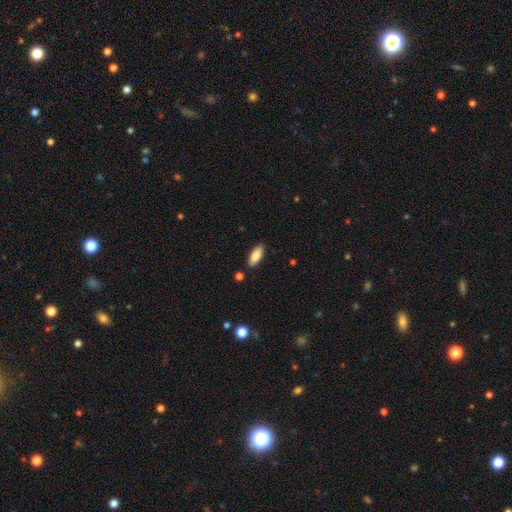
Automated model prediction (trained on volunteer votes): smooth_or_featured: smooth (p=0.82) [alt: featured or disk p=0.12]
how_rounded: in between (p=0.79) [alt: cigar-shaped p=0.19]
merging: none (p=0.87) [alt: minor disturbance p=0.09]